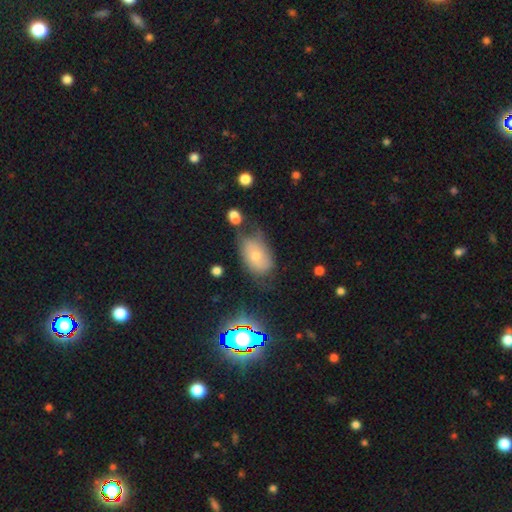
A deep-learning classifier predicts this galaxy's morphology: type=smooth (56%); roundness=in between (87%); merging=none (51%).